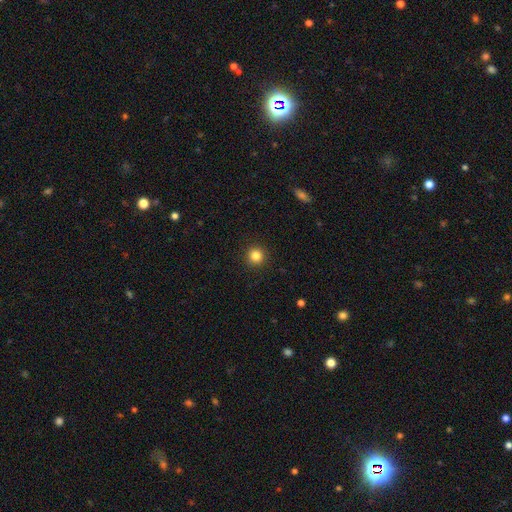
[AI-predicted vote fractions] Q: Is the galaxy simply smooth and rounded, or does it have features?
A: smooth — 84%.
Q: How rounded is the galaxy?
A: round — 95%.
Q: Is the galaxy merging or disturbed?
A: none — 93%.